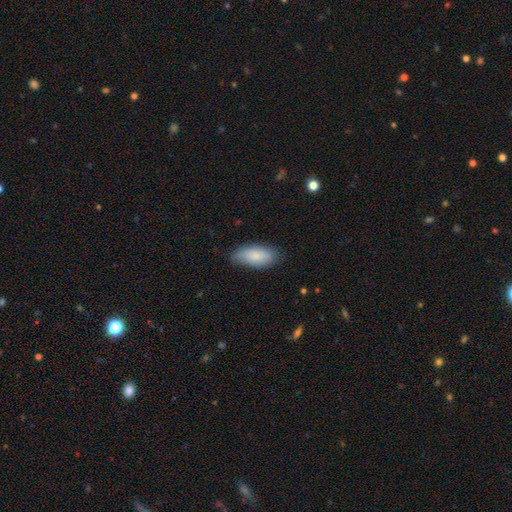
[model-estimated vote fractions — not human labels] Smooth or featured: smooth — 85% (featured or disk — 9%)
How rounded: in between — 86% (cigar-shaped — 12%)
Merging: none — 78% (minor disturbance — 18%)